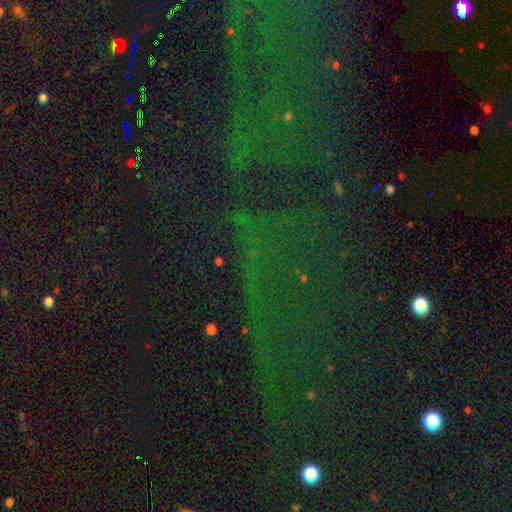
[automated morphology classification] The model was most divided on "smooth or featured": star or artifact: 75%, smooth: 13%, featured or disk: 12%.